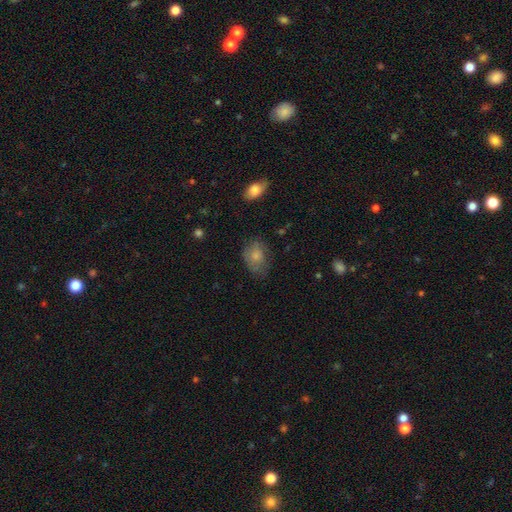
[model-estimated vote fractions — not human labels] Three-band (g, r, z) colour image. It shows a smooth galaxy with no disk features (75%) that is in between round and cigar-shaped (74%). Merging: none (59%).